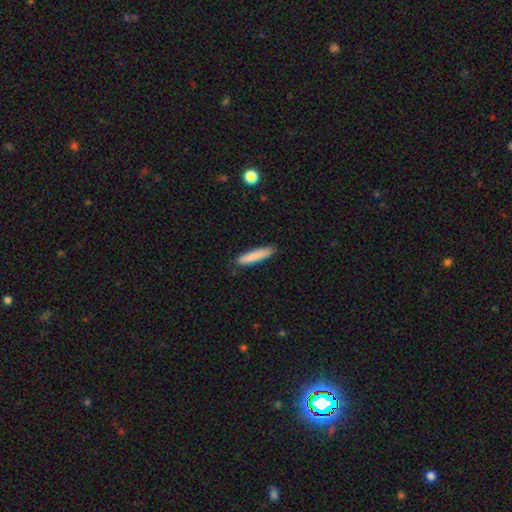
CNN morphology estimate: smooth-or-featured: smooth: 85% | featured or disk: 9% | star or artifact: 6%
  how-rounded: cigar-shaped: 88% | in between: 11% | round: 1%
  merging: none: 88% | minor disturbance: 9% | major disturbance: 2% | merger: 1%